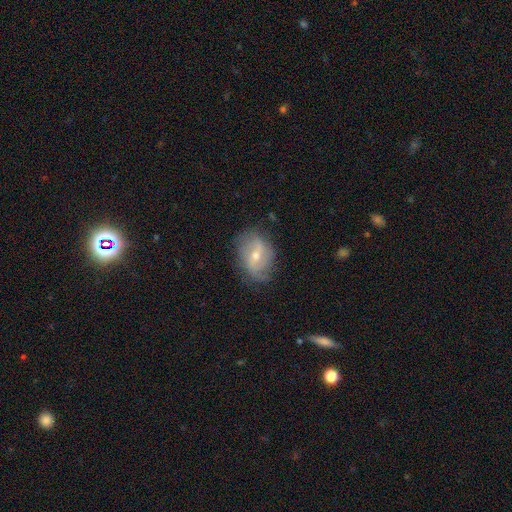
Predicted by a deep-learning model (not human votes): Smooth or featured? featured or disk (68%)
Edge-on disk? no (95%)
Bar? weak (48%)
Spiral arms? yes (84%)
Spiral winding? loose (44%)
Spiral arm count? 2 (60%)
Bulge size? moderate (50%)
Merging? none (73%)